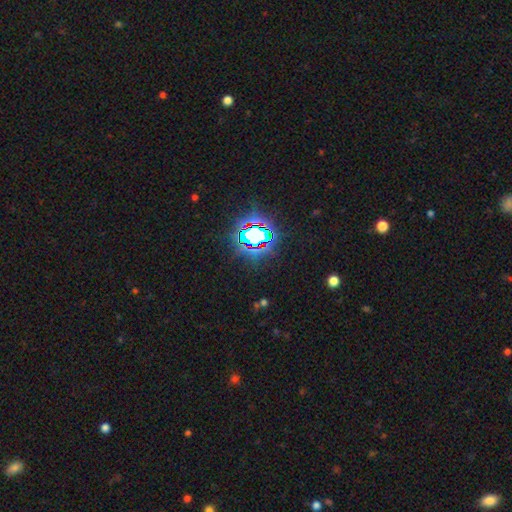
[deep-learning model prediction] The model was most divided on "smooth or featured": star or artifact: 84%, smooth: 10%, featured or disk: 6%.